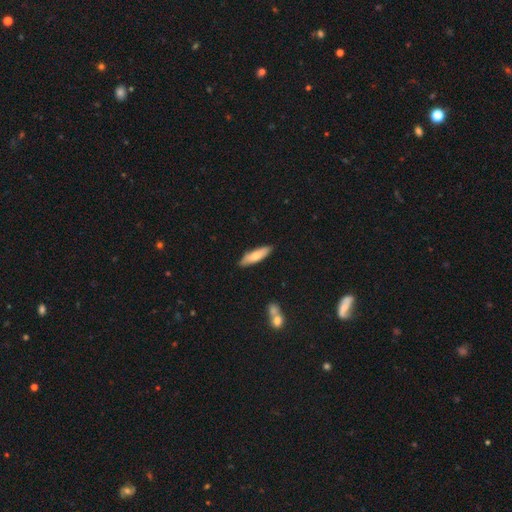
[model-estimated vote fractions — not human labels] Morphology: type=smooth (70%); roundness=cigar-shaped (65%); merging=none (87%).